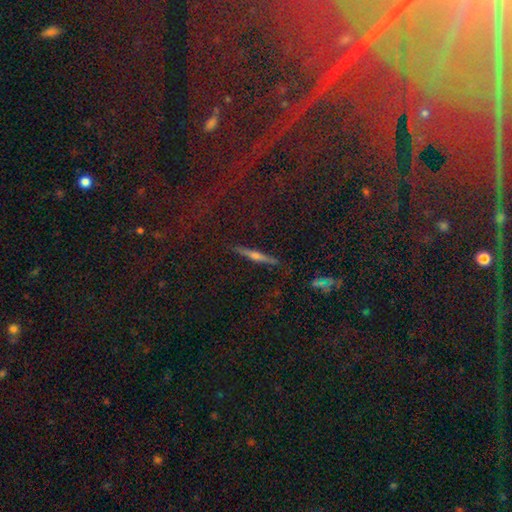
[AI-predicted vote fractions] Smooth or featured?
  - featured or disk: 66% *
  - smooth: 22%
  - star or artifact: 12%
Edge-on disk?
  - yes: 97% *
  - no: 3%
Edge-on bulge?
  - rounded: 86% *
  - none: 9%
  - boxy: 5%
Merging?
  - none: 90% *
  - minor disturbance: 7%
  - major disturbance: 2%
  - merger: 2%